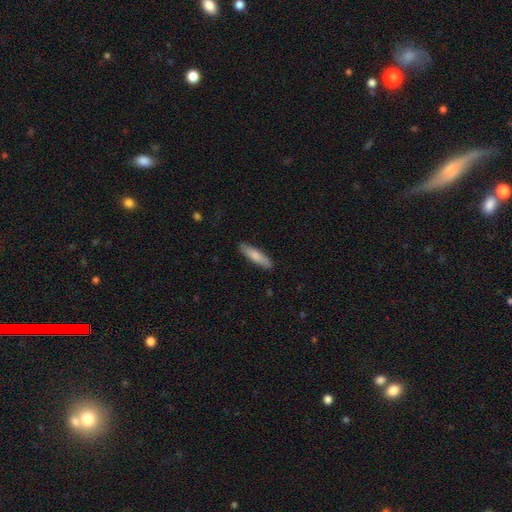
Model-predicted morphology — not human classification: Smooth or featured: smooth — 79% (featured or disk — 16%)
How rounded: cigar-shaped — 72% (in between — 27%)
Merging: none — 87% (minor disturbance — 10%)